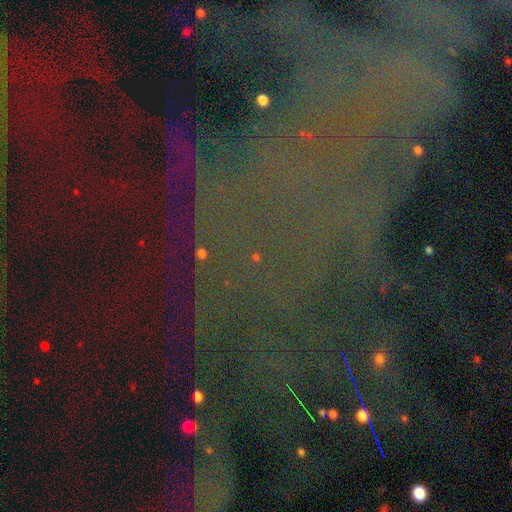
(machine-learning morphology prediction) Smooth or featured? Predicted: star or artifact (p=0.82).